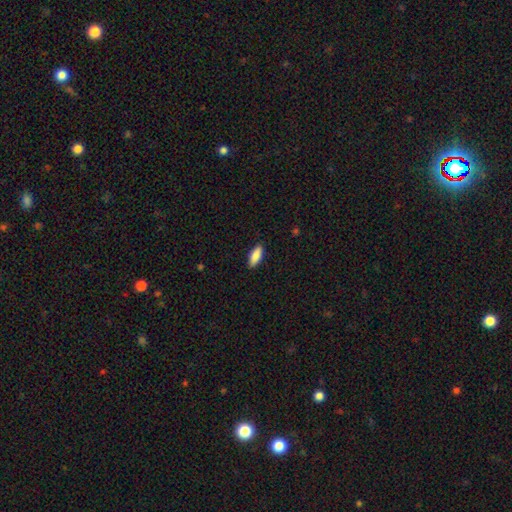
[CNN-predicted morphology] A smooth galaxy with no disk features (88%) that is in between round and cigar-shaped (75%). Merging: none (89%).